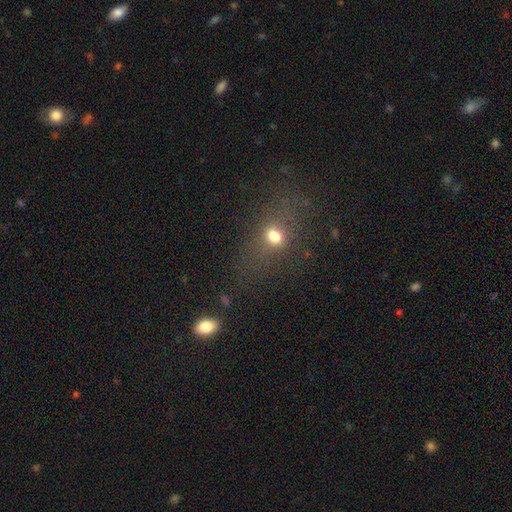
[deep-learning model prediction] This appears to be a smooth galaxy with no disk features (52%) that is round (50%). Merging: none (70%).